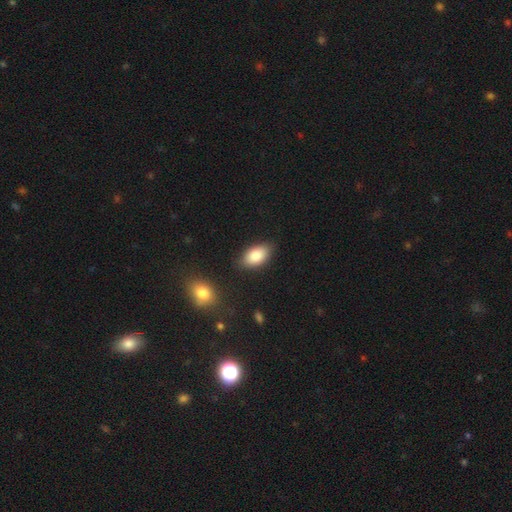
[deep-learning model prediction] Smooth or featured? Predicted: smooth (p=0.86). How rounded? Predicted: in between (p=0.93). Merging? Predicted: none (p=0.83).